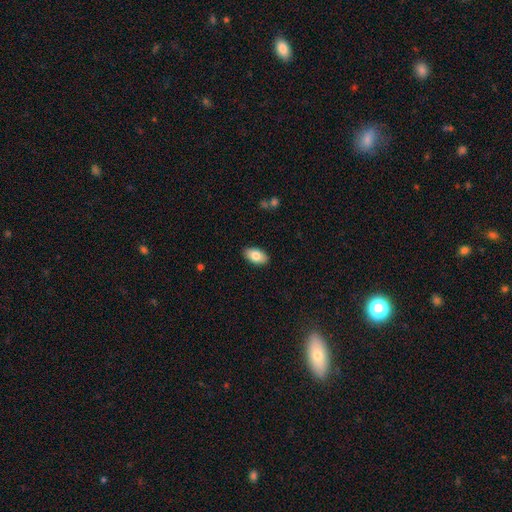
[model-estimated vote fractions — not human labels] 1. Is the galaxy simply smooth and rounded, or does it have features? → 82% smooth, 11% featured or disk, 7% star or artifact.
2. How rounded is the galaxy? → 94% in between, 4% round, 2% cigar-shaped.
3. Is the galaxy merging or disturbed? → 89% none, 8% minor disturbance, 2% major disturbance, 1% merger.